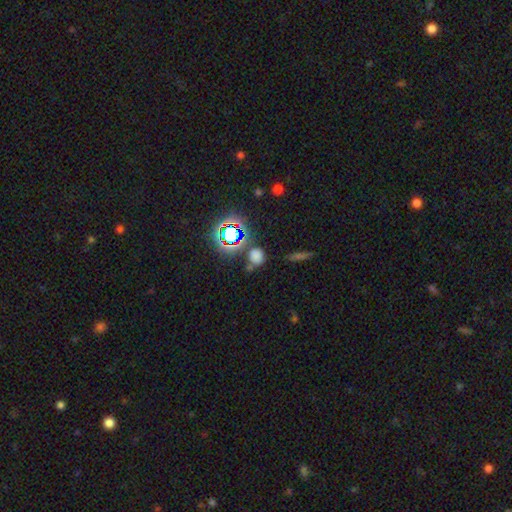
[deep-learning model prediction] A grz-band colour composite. It shows a smooth galaxy with no disk features (63%) that is round (81%). Merging: none (71%).